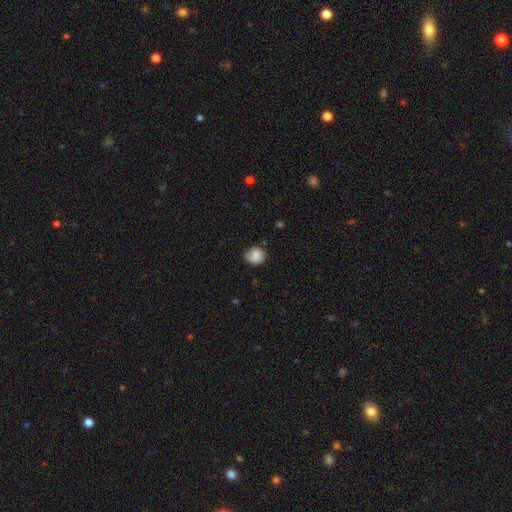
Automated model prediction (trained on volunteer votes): smooth_or_featured: smooth (p=0.72) [alt: featured or disk p=0.20]
how_rounded: round (p=0.75) [alt: in between p=0.24]
merging: none (p=0.69) [alt: minor disturbance p=0.23]